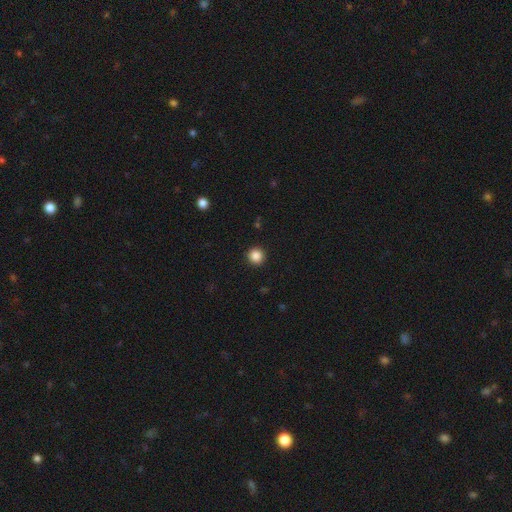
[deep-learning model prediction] Overall: smooth (86%). How rounded: round (95%). Merging: none (93%).